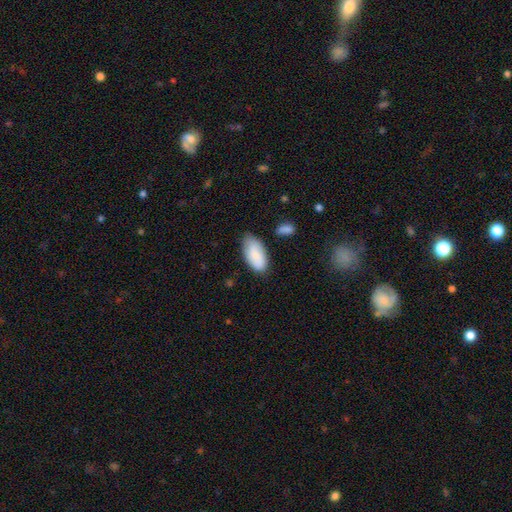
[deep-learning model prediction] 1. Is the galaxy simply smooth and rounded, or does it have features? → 81% smooth, 12% featured or disk, 6% star or artifact.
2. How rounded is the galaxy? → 93% in between, 5% cigar-shaped, 2% round.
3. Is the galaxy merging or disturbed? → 68% none, 23% minor disturbance, 4% major disturbance, 4% merger.